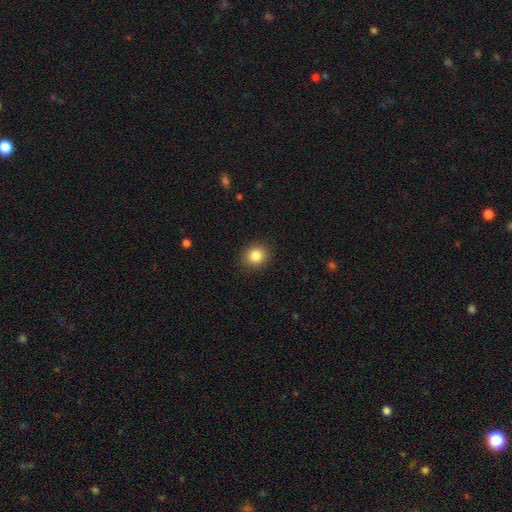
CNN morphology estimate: The model was most divided on "how rounded": round: 77%, in between: 22%, cigar-shaped: 1%. More confident: merging — none (89%); smooth or featured — smooth (85%).